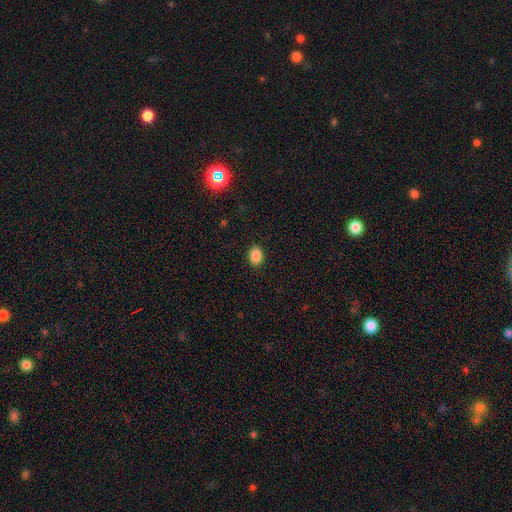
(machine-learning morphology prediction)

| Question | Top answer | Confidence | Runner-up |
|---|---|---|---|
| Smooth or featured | smooth | 88% | star or artifact (9%) |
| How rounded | in between | 76% | round (23%) |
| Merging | none | 89% | minor disturbance (8%) |